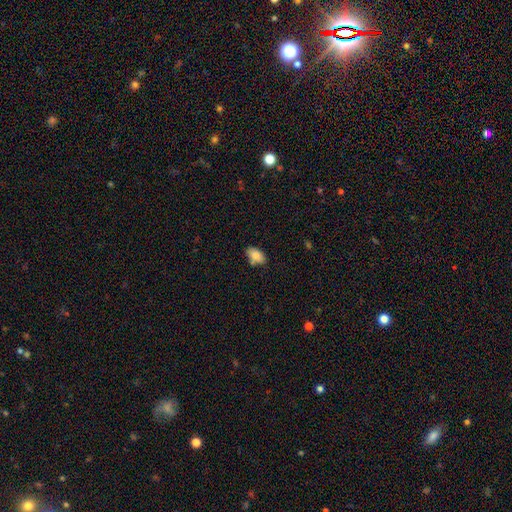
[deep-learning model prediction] smooth_or_featured: smooth (p=0.86) [alt: star or artifact p=0.07]
how_rounded: in between (p=0.92) [alt: round p=0.05]
merging: none (p=0.73) [alt: minor disturbance p=0.17]